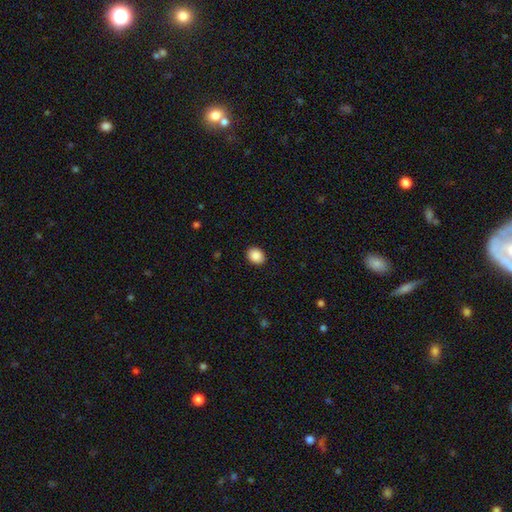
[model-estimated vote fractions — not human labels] Morphology: type=smooth (89%); roundness=in between (57%); merging=none (91%).